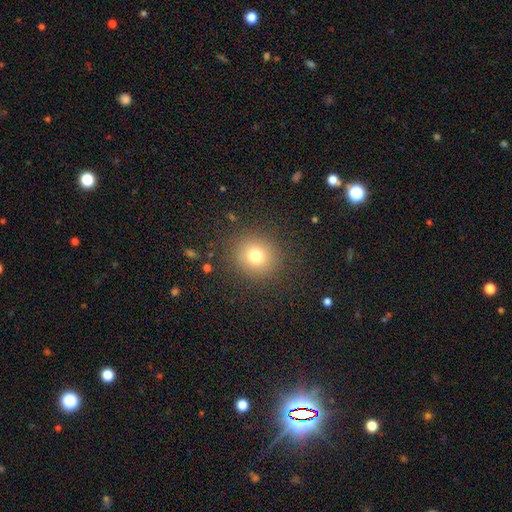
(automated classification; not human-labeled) smooth-or-featured: smooth: 75% | star or artifact: 15% | featured or disk: 10%
  how-rounded: round: 88% | in between: 11% | cigar-shaped: 1%
  merging: none: 87% | minor disturbance: 8% | major disturbance: 4% | merger: 1%